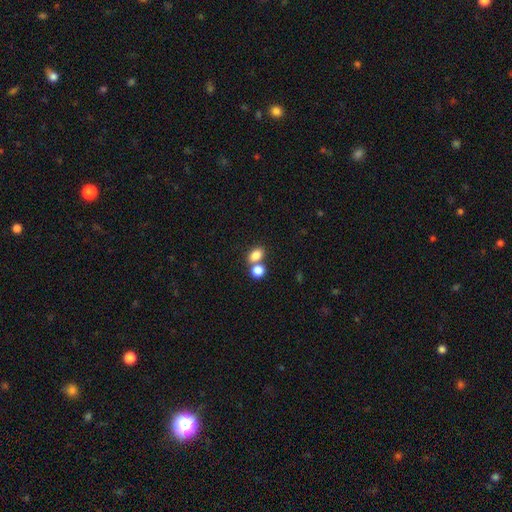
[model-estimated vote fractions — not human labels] Smooth or featured?
  - smooth: 82% *
  - star or artifact: 10%
  - featured or disk: 8%
How rounded?
  - in between: 71% *
  - round: 28%
  - cigar-shaped: 2%
Merging?
  - none: 46% *
  - merger: 41%
  - minor disturbance: 9%
  - major disturbance: 4%